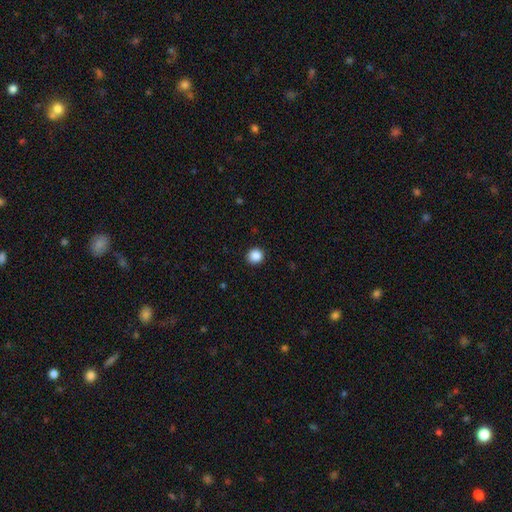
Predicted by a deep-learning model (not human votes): This appears to be a smooth galaxy with no disk features (88%) that is round (91%). Merging: none (93%).